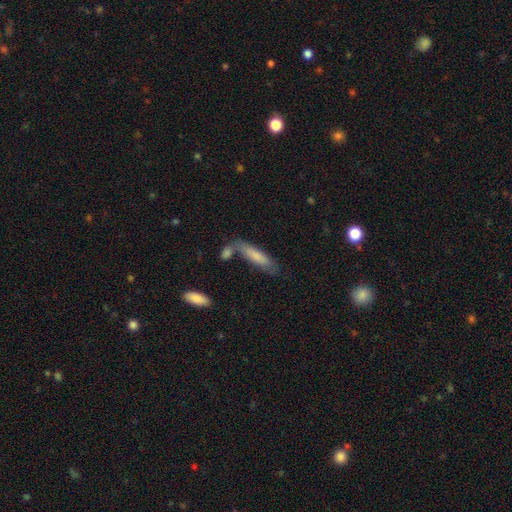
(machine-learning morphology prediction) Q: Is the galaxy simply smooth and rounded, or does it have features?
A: smooth — 74%.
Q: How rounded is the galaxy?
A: cigar-shaped — 74%.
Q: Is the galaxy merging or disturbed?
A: none — 59%.